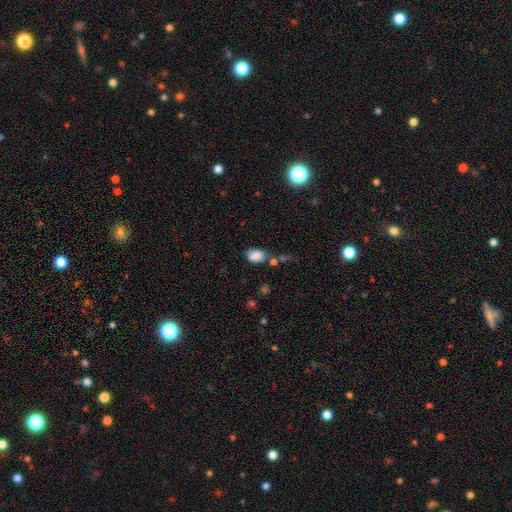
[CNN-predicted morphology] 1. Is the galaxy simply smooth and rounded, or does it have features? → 85% smooth, 10% star or artifact, 6% featured or disk.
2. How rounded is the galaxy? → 76% in between, 22% round, 1% cigar-shaped.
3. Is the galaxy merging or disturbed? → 59% none, 21% minor disturbance, 13% merger, 7% major disturbance.